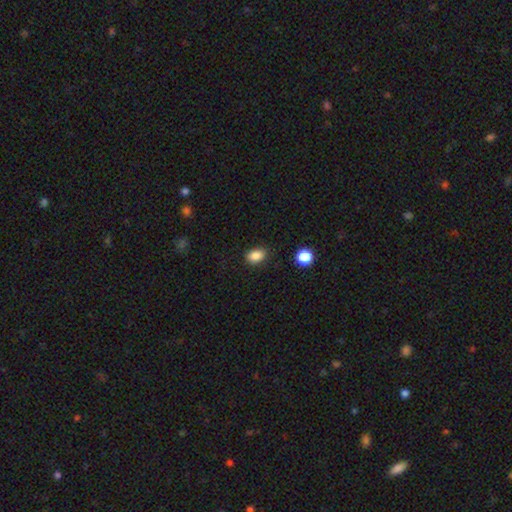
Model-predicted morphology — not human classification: type=smooth (87%); roundness=in between (77%); merging=none (85%).